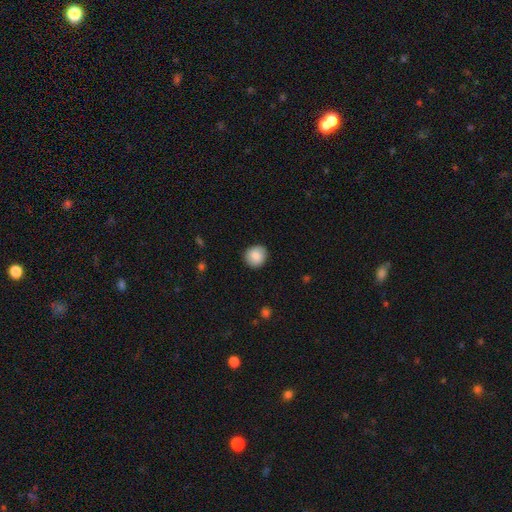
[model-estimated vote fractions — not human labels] This appears to be a smooth galaxy with no disk features (86%) that is round (87%). Merging: none (88%).